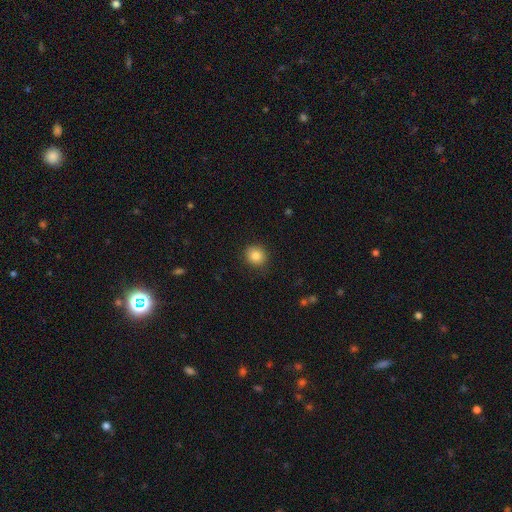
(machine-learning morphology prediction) Smooth or featured? smooth (85%)
How rounded? round (84%)
Merging? none (87%)